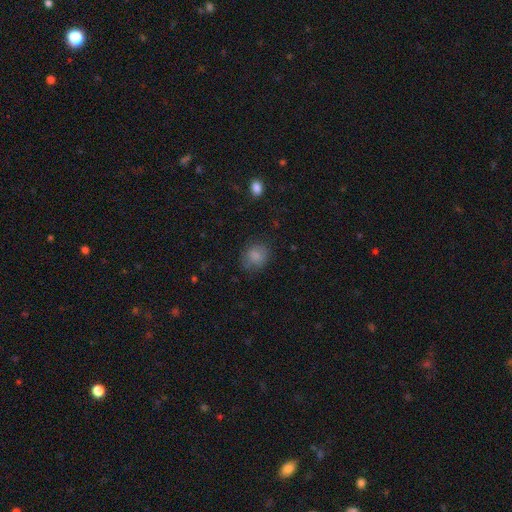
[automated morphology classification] Overall: smooth (83%). How rounded: round (71%). Merging: none (73%).